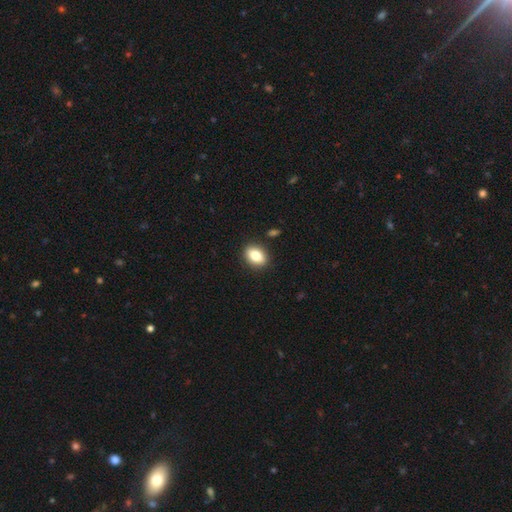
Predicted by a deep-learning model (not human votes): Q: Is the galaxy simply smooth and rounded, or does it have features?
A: smooth — 81%.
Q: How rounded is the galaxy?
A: in between — 76%.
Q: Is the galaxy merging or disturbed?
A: none — 88%.